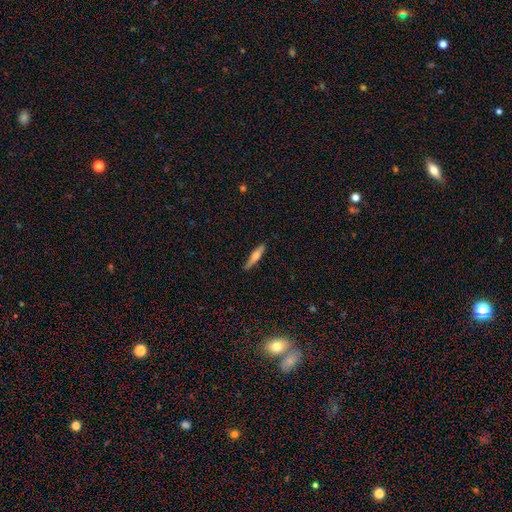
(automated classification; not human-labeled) Smooth or featured? Predicted: smooth (p=0.50). Merging? Predicted: none (p=0.85).